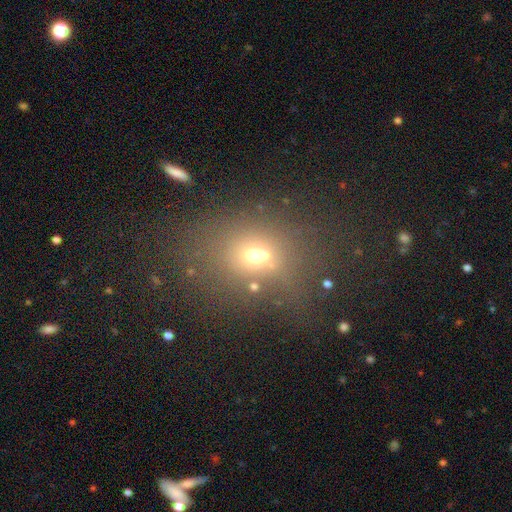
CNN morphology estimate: Smooth or featured? smooth (58%)
How rounded? round (53%)
Merging? none (52%)